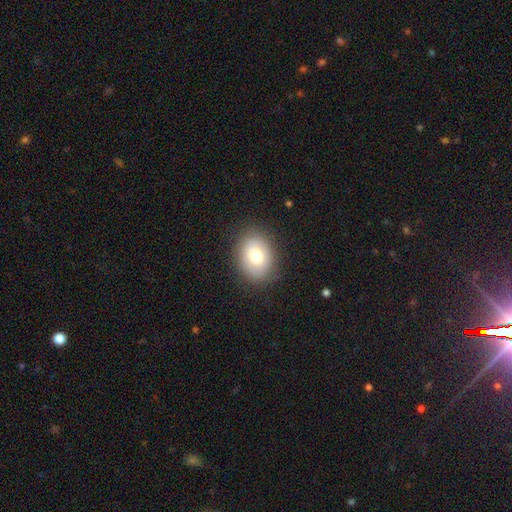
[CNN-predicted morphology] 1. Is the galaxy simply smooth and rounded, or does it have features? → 75% smooth, 15% featured or disk, 9% star or artifact.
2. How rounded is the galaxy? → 68% in between, 31% round, 1% cigar-shaped.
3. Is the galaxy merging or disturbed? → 85% none, 11% minor disturbance, 3% major disturbance, 1% merger.